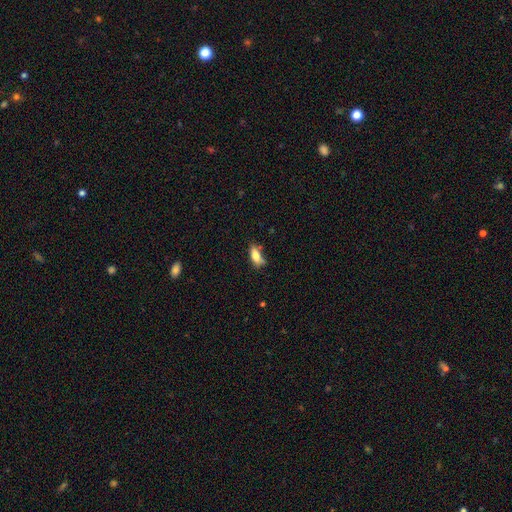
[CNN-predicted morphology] A smooth galaxy with no disk features (75%) that is in between round and cigar-shaped (79%). Merging: none (51%).